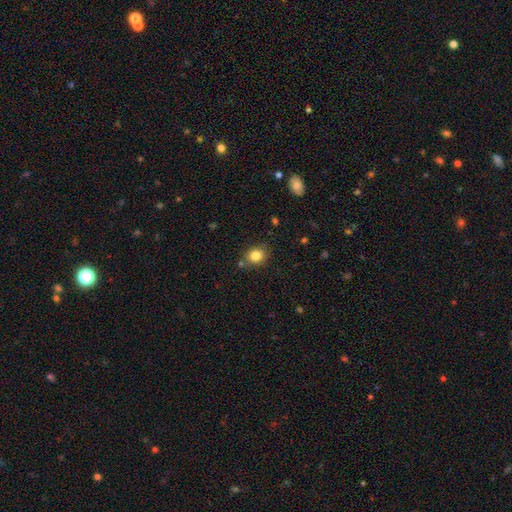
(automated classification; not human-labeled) Smooth or featured: smooth — 83% (star or artifact — 11%)
How rounded: round — 64% (in between — 35%)
Merging: none — 78% (minor disturbance — 13%)